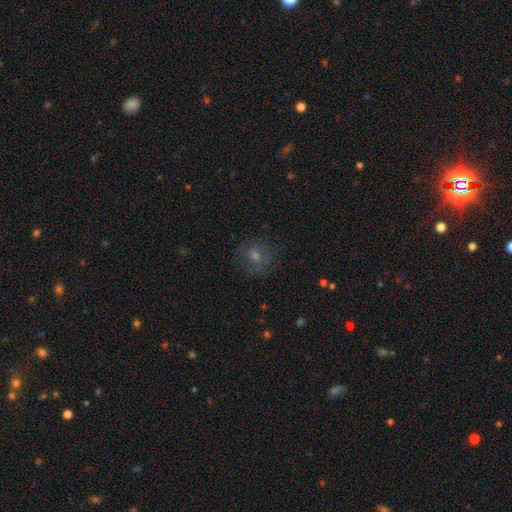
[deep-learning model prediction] A smooth galaxy with no disk features (44%).

Vote fractions:
- Smooth or featured? smooth: 44% / featured or disk: 31% / star or artifact: 25%
- Merging? none: 79% / minor disturbance: 13% / major disturbance: 7% / merger: 1%